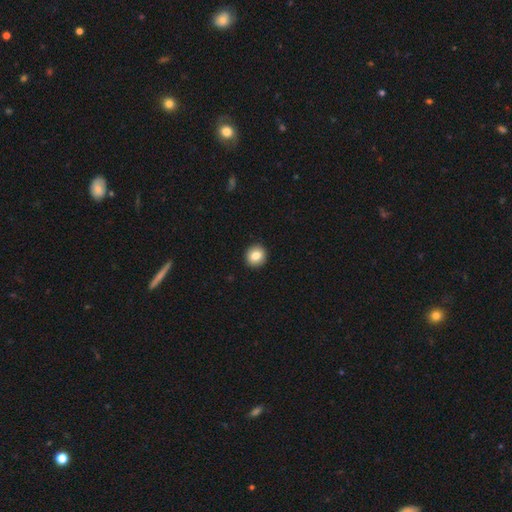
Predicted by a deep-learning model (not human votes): smooth_or_featured: smooth (p=0.83) [alt: featured or disk p=0.09]
how_rounded: round (p=0.88) [alt: in between p=0.12]
merging: none (p=0.93) [alt: minor disturbance p=0.05]